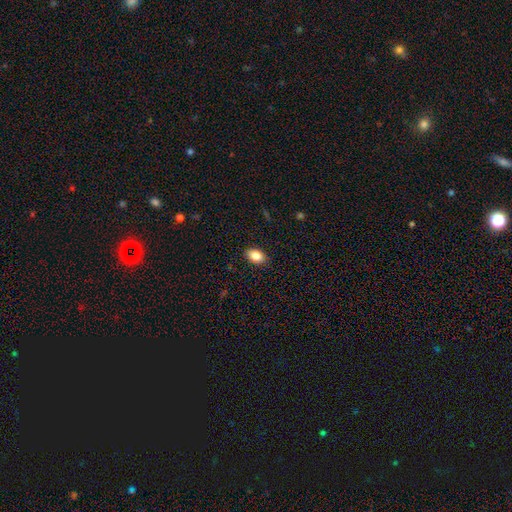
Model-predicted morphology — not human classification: This is clearly a smooth galaxy (85%). How rounded: clearly in between (88%). Merging: clearly none (89%).